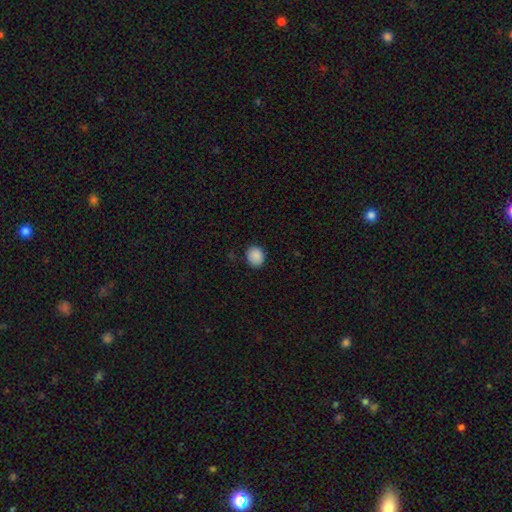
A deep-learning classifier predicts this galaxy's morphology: type=smooth (89%); roundness=round (58%); merging=none (85%).